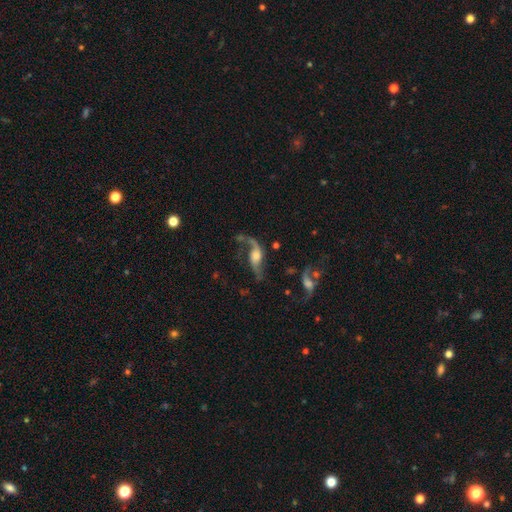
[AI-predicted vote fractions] This appears to be a featured or disk galaxy (80%) with no bar (57%), 2 (82%) loose (84%) spiral arms (92%) and a moderate central bulge (45%). Merging: none (49%).